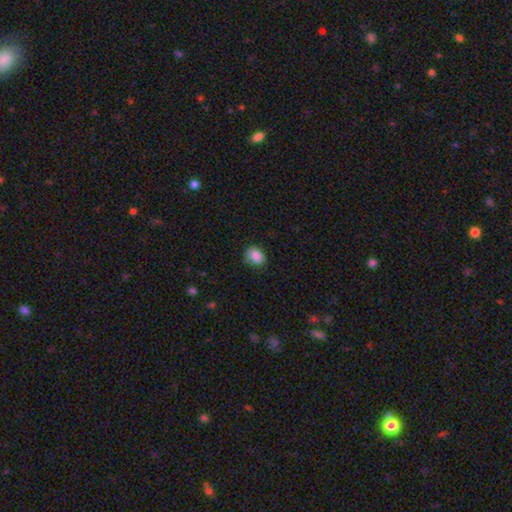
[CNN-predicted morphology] Overall: smooth (86%). How rounded: in between (67%; round 32%). Merging: none (74%).